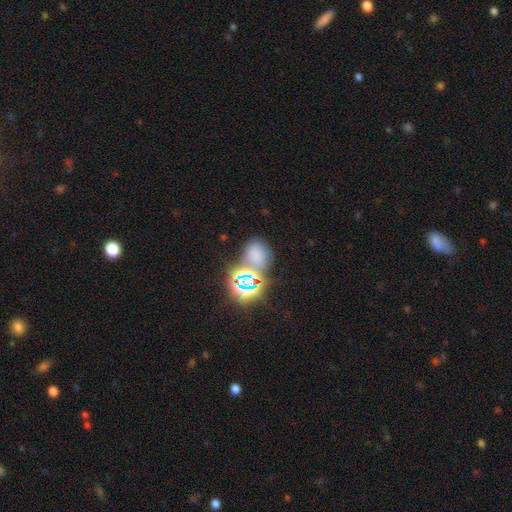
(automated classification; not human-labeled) A smooth galaxy with no disk features (53%) that is in between round and cigar-shaped (52%).

Vote fractions:
- Smooth or featured? smooth: 53% / star or artifact: 39% / featured or disk: 9%
- How rounded? in between: 52% / round: 46% / cigar-shaped: 2%
- Merging? none: 58% / merger: 22% / minor disturbance: 14% / major disturbance: 7%